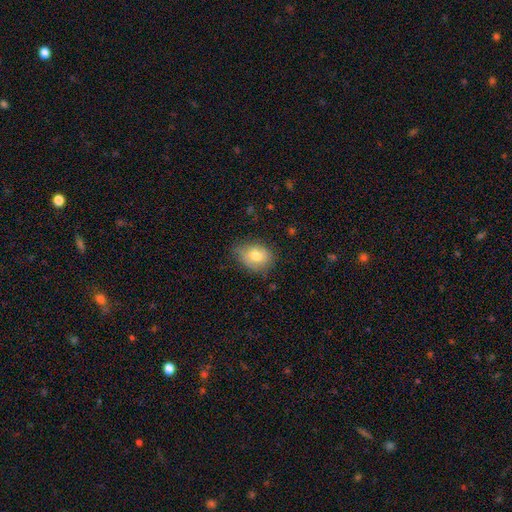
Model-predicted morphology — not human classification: Overall: smooth (71%). How rounded: in between (58%; round 41%). Merging: none (63%; minor disturbance 29%).